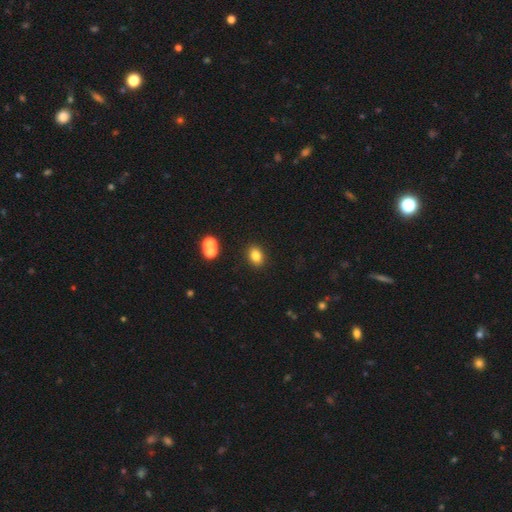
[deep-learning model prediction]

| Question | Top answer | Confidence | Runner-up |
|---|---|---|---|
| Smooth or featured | smooth | 81% | star or artifact (12%) |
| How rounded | in between | 66% | round (33%) |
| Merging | none | 86% | minor disturbance (8%) |